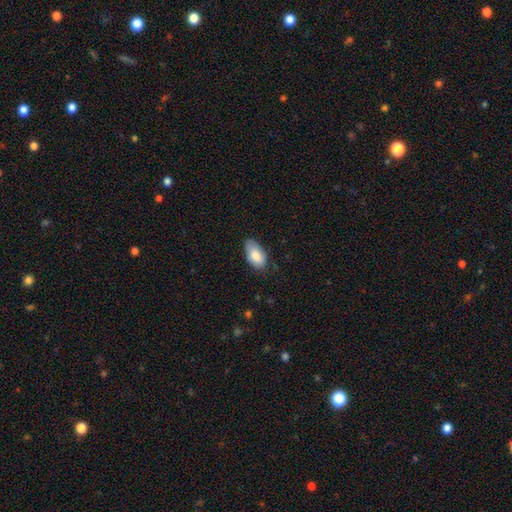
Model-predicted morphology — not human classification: This appears to be a smooth galaxy with no disk features (83%) that is in between round and cigar-shaped (94%). Merging: none (64%).